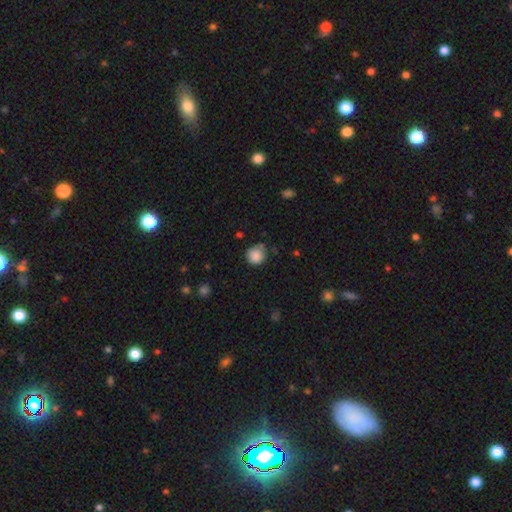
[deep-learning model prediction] This is clearly a smooth galaxy (86%). How rounded: clearly round (91%). Merging: likely none (71%).